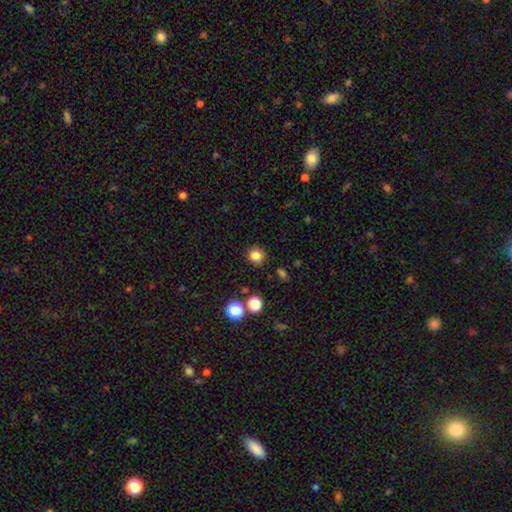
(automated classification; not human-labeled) Smooth or featured?
  - smooth: 83% *
  - star or artifact: 13%
  - featured or disk: 4%
How rounded?
  - round: 91% *
  - in between: 8%
  - cigar-shaped: 1%
Merging?
  - none: 88% *
  - minor disturbance: 7%
  - major disturbance: 2%
  - merger: 2%